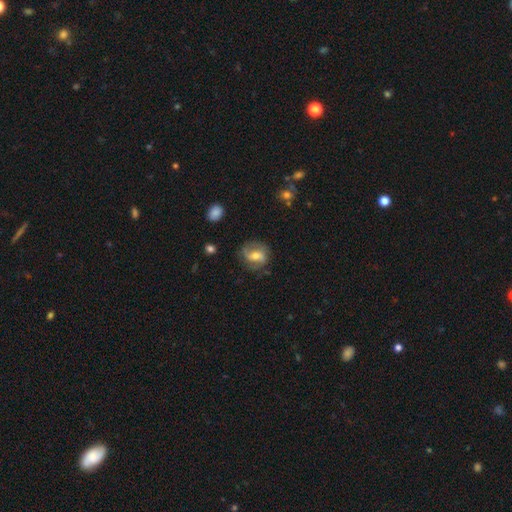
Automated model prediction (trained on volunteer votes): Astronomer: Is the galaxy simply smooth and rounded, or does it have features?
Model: featured or disk — 62%.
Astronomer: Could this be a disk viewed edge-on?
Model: no — 96%.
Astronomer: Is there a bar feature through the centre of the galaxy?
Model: weak — 43% (runner-up: no, 29%).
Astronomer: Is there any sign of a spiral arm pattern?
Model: yes — 85%.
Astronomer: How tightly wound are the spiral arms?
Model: medium — 43% (runner-up: loose, 34%).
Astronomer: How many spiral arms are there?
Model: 2 — 80%.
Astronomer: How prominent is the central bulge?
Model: moderate — 61%.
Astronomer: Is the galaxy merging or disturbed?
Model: none — 72%.